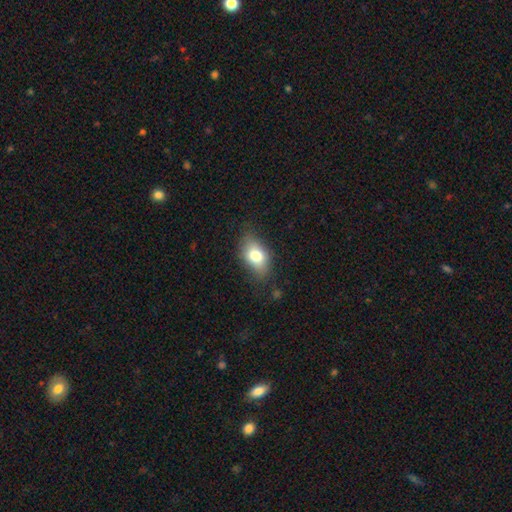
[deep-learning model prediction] Smooth or featured: smooth — 75% (featured or disk — 16%)
How rounded: in between — 83% (round — 14%)
Merging: none — 74% (minor disturbance — 19%)